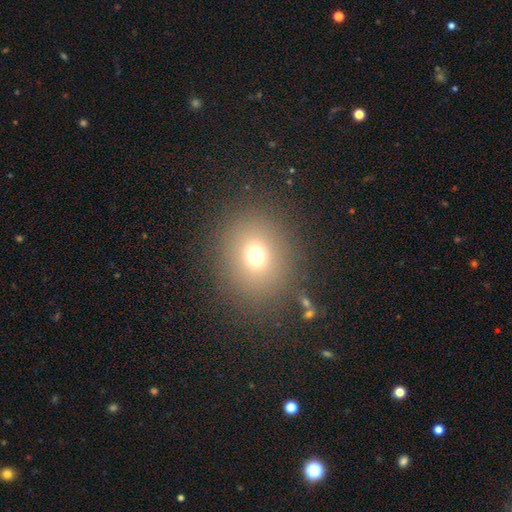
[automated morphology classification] Smooth or featured? smooth (70%)
How rounded? round (73%)
Merging? none (83%)